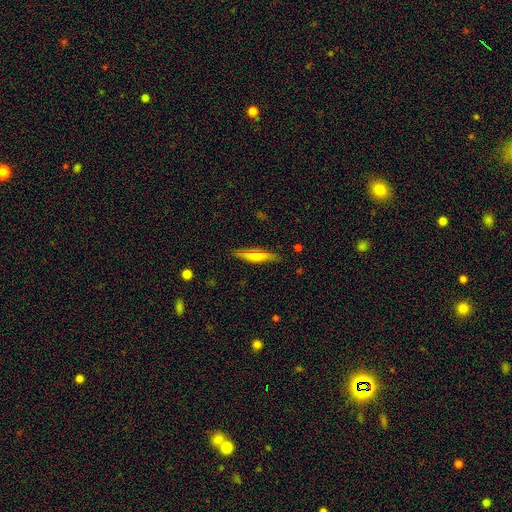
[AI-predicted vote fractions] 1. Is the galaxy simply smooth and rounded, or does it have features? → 48% smooth, 46% featured or disk, 6% star or artifact.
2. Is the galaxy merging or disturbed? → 87% none, 10% minor disturbance, 2% major disturbance, 1% merger.